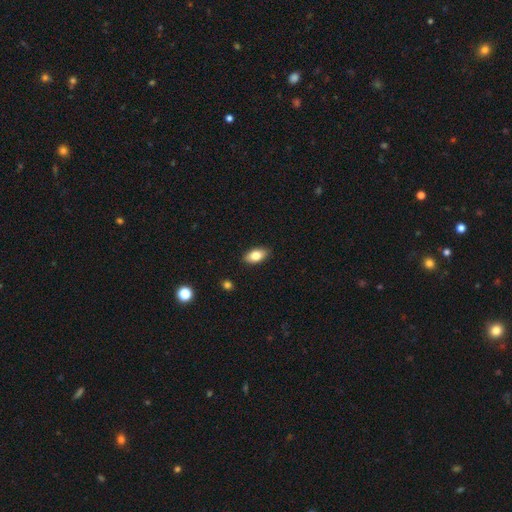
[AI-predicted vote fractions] A smooth galaxy with no disk features (79%) that is in between round and cigar-shaped (90%). Merging: none (88%).